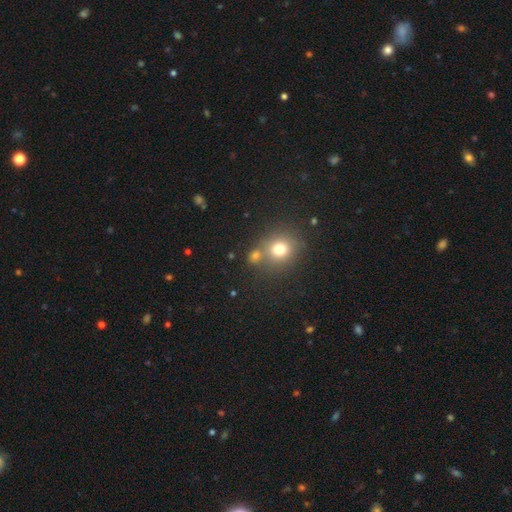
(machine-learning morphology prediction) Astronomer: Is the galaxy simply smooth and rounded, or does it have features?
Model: smooth — 69%.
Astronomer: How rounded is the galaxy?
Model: round — 80%.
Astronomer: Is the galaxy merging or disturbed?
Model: none — 66%.